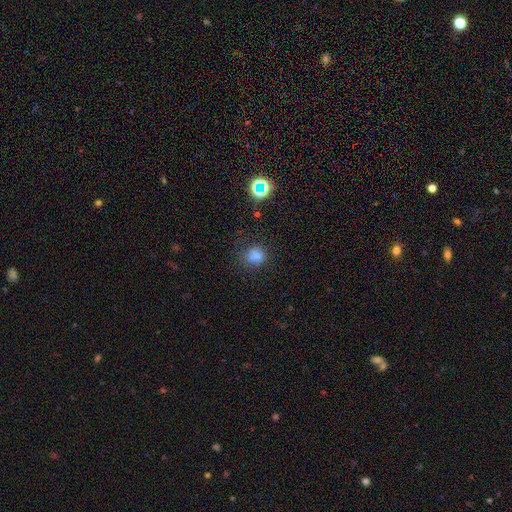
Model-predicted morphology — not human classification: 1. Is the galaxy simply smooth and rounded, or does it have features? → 75% smooth, 18% star or artifact, 7% featured or disk.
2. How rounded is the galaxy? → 76% round, 23% in between, 1% cigar-shaped.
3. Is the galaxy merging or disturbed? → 72% none, 18% minor disturbance, 7% major disturbance, 4% merger.